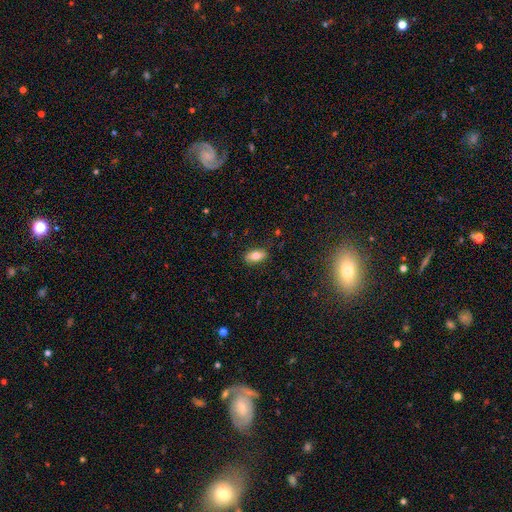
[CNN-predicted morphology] Overall: smooth (76%). How rounded: in between (88%). Merging: none (85%).